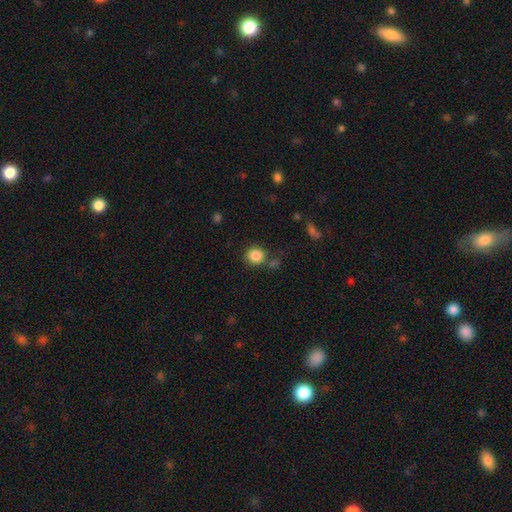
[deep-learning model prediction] The model was most divided on "merging": none: 78%, minor disturbance: 10%, merger: 9%, major disturbance: 4%. More confident: how rounded — round (88%); smooth or featured — smooth (86%).